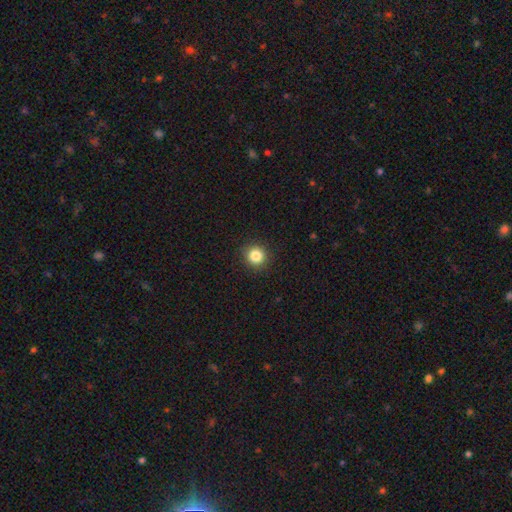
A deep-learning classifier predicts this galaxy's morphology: This appears to be a smooth galaxy with no disk features (84%) that is round (91%). Merging: none (92%).